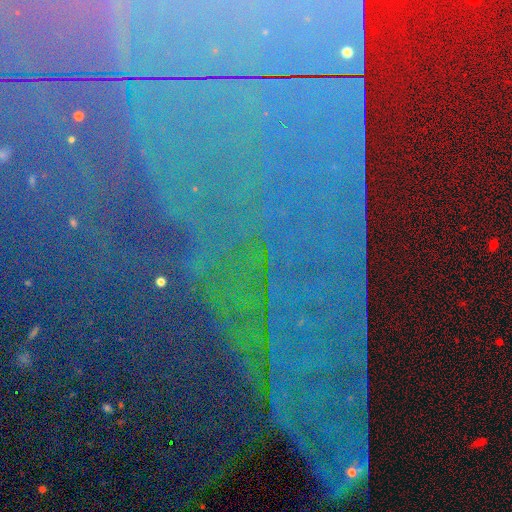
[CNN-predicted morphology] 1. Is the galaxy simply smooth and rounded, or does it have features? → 87% star or artifact, 7% featured or disk, 6% smooth.